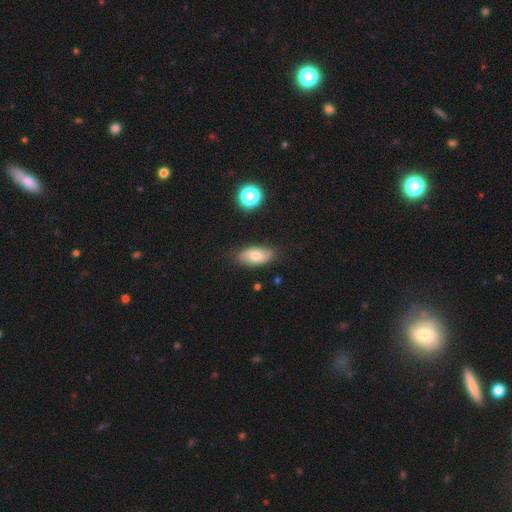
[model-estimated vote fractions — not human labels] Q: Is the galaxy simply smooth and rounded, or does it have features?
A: smooth — 61%.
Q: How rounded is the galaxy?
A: in between — 89%.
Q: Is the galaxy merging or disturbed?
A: none — 82%.